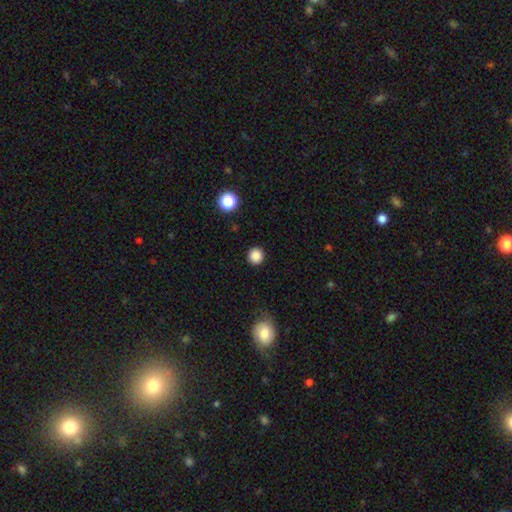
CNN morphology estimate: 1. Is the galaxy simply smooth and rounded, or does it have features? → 86% smooth, 11% star or artifact, 3% featured or disk.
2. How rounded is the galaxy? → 94% round, 5% in between, 1% cigar-shaped.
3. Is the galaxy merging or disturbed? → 91% none, 5% minor disturbance, 2% major disturbance, 1% merger.